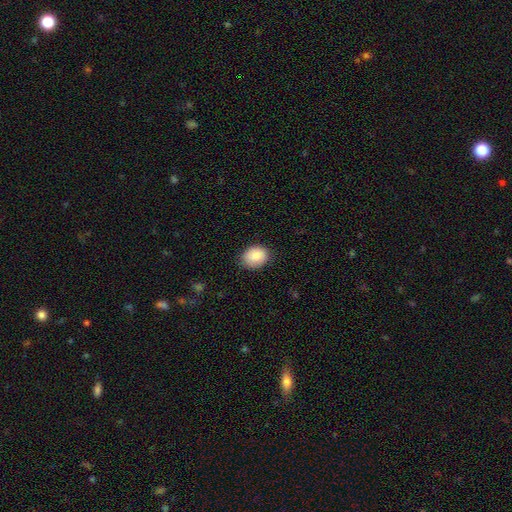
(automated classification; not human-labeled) Smooth or featured? smooth (86%)
How rounded? round (52%)
Merging? none (80%)